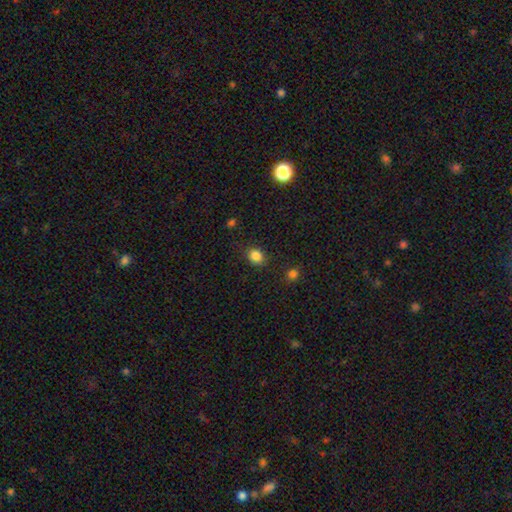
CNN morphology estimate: A smooth galaxy with no disk features (84%) that is round (66%).

Vote fractions:
- Smooth or featured? smooth: 84% / star or artifact: 12% / featured or disk: 4%
- How rounded? round: 66% / in between: 33% / cigar-shaped: 1%
- Merging? none: 82% / minor disturbance: 12% / major disturbance: 4% / merger: 2%